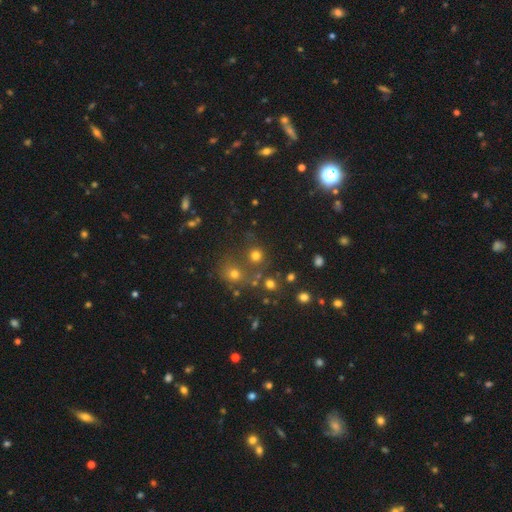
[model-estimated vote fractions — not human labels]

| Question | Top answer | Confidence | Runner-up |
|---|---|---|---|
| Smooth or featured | smooth | 73% | star or artifact (20%) |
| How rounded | round | 90% | in between (9%) |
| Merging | none | 69% | merger (18%) |